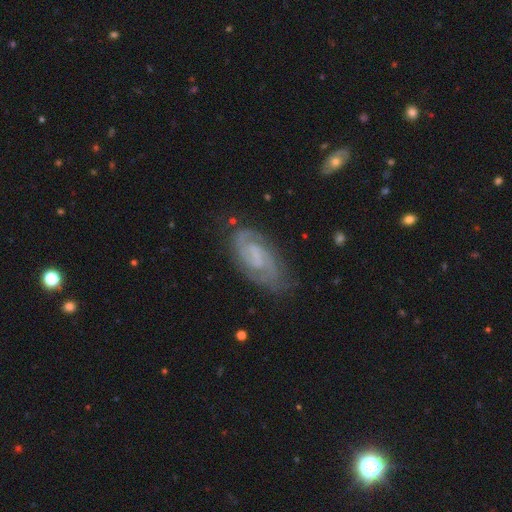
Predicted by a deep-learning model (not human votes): Smooth or featured? featured or disk (82%)
Edge-on disk? no (96%)
Bar? weak (50%)
Spiral arms? yes (95%)
Spiral winding? tight (48%)
Spiral arm count? 2 (76%)
Bulge size? small (46%)
Merging? none (73%)